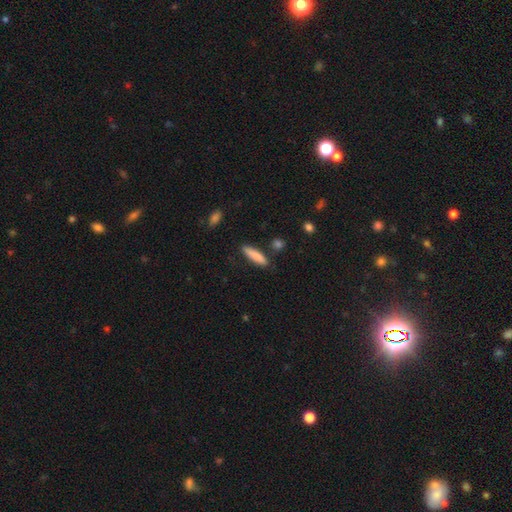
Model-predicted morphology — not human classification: Smooth or featured?
  - smooth: 83% *
  - featured or disk: 11%
  - star or artifact: 6%
How rounded?
  - cigar-shaped: 75% *
  - in between: 23%
  - round: 2%
Merging?
  - none: 84% *
  - minor disturbance: 11%
  - merger: 3%
  - major disturbance: 2%